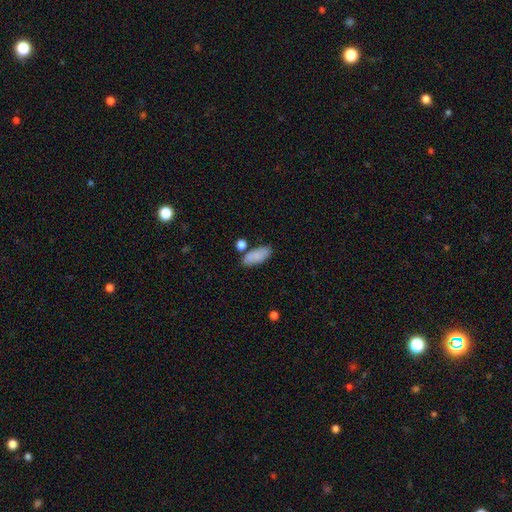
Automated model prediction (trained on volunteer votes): smooth-or-featured: smooth: 83% | featured or disk: 10% | star or artifact: 7%
  how-rounded: in between: 86% | cigar-shaped: 11% | round: 3%
  merging: none: 69% | minor disturbance: 16% | merger: 11% | major disturbance: 4%